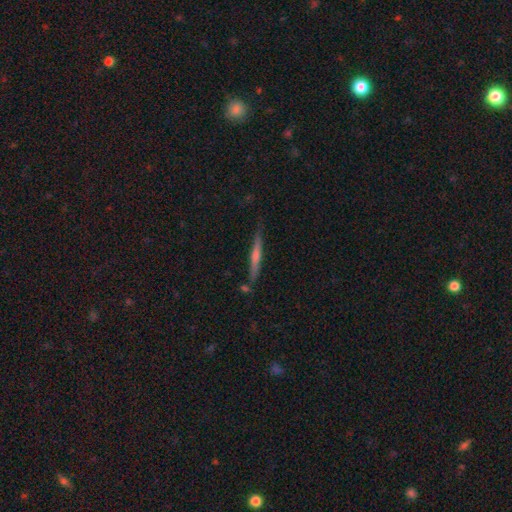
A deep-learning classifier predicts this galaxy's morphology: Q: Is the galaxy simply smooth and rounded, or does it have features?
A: featured or disk — 56%.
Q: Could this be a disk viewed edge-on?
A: yes — 96%.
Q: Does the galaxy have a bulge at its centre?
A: rounded — 62%.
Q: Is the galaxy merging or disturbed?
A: none — 80%.